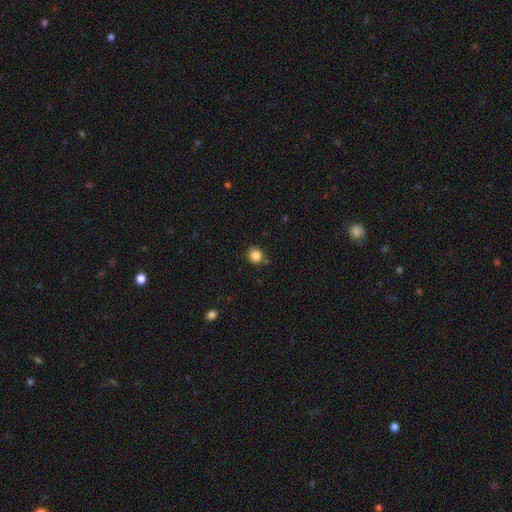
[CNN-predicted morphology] A smooth galaxy with no disk features (85%) that is round (89%).

Vote fractions:
- Smooth or featured? smooth: 85% / star or artifact: 11% / featured or disk: 4%
- How rounded? round: 89% / in between: 11% / cigar-shaped: 1%
- Merging? none: 81% / minor disturbance: 10% / merger: 6% / major disturbance: 3%